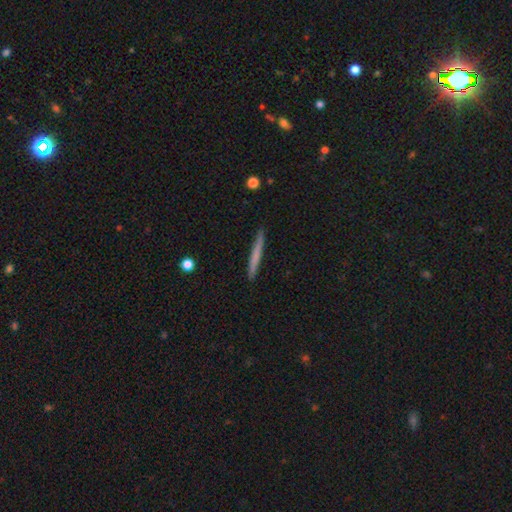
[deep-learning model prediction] This appears to be a smooth galaxy with no disk features (63%) that is cigar-shaped (97%). Merging: none (90%).